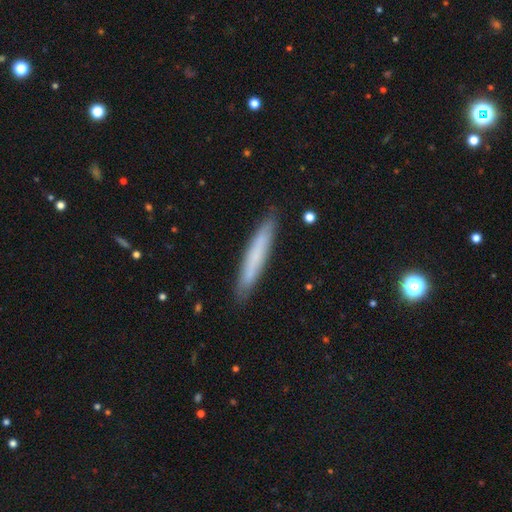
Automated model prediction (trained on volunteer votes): Overall: smooth (66%; featured or disk 27%). How rounded: cigar-shaped (94%). Merging: none (88%).